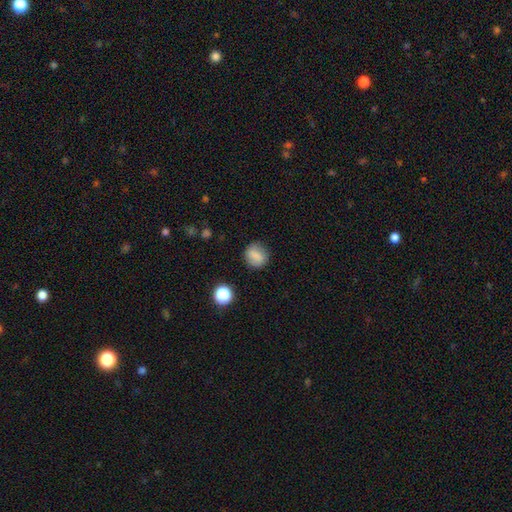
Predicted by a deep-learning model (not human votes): This appears to be a smooth galaxy with no disk features (77%) that is round (75%). Merging: none (82%).